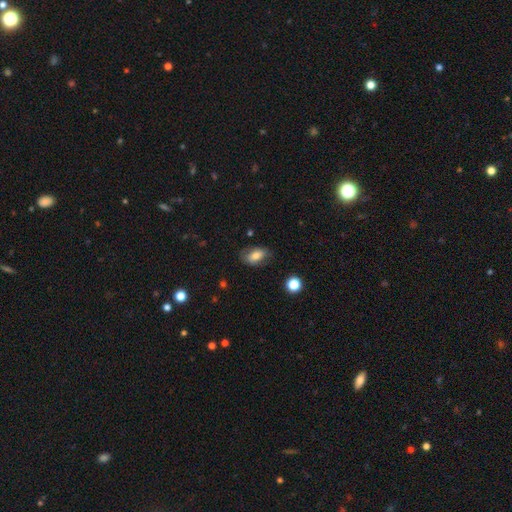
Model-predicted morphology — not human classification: This is likely a smooth galaxy (71%). How rounded: clearly in between (88%). Merging: likely none (73%).